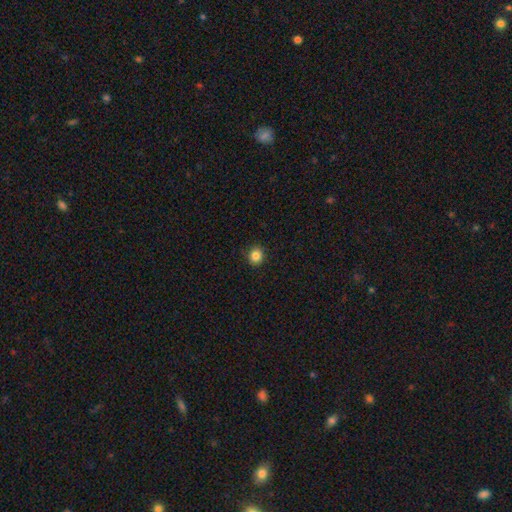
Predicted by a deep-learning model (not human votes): This is clearly a smooth galaxy (84%). How rounded: clearly round (86%). Merging: clearly none (90%).